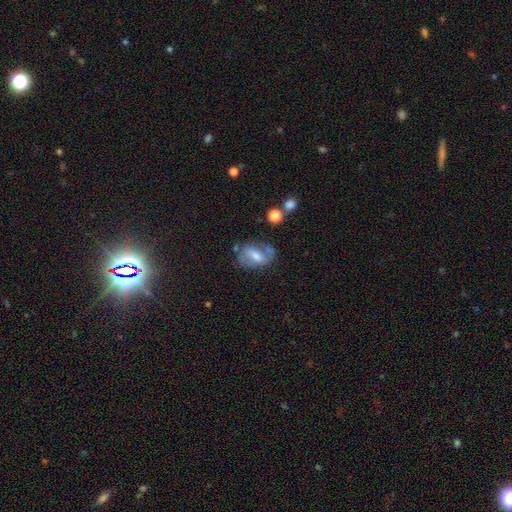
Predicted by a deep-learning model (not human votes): Smooth or featured? featured or disk (46%)
Merging? none (54%)